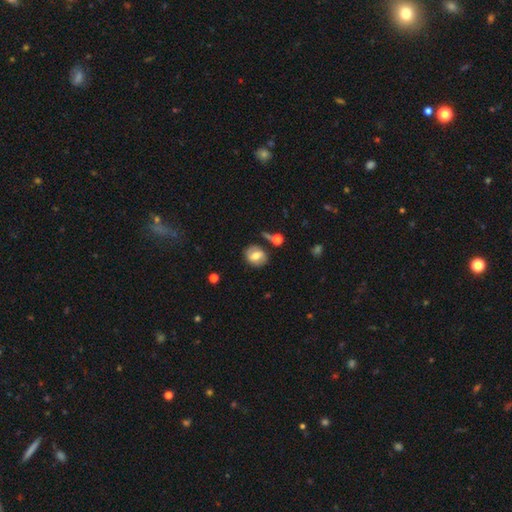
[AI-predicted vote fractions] A smooth galaxy with no disk features (58%) that is round (61%).

Vote fractions:
- Smooth or featured? smooth: 58% / featured or disk: 34% / star or artifact: 9%
- How rounded? round: 61% / in between: 37% / cigar-shaped: 1%
- Merging? none: 73% / minor disturbance: 15% / merger: 6% / major disturbance: 5%